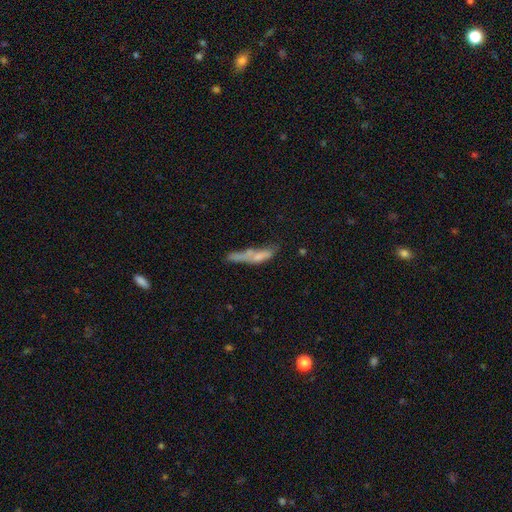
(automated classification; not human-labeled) Q: Smooth or featured?
A: smooth (54%); runner-up: featured or disk (35%)
Q: How rounded?
A: cigar-shaped (76%); runner-up: in between (21%)
Q: Merging?
A: none (36%); runner-up: merger (24%)